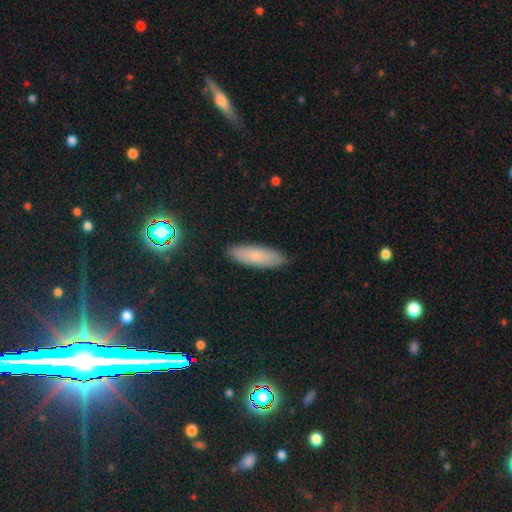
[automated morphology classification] This is likely a smooth galaxy (76%). How rounded: possibly in between (52%). Merging: clearly none (89%).